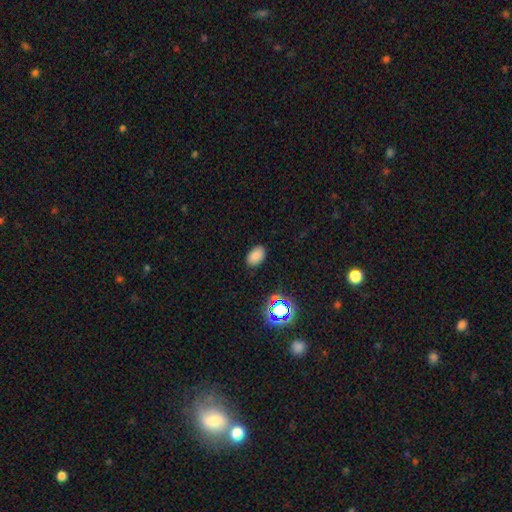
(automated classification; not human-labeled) The model was most divided on "smooth or featured": smooth: 80%, star or artifact: 15%, featured or disk: 4%. More confident: how rounded — in between (88%); merging — none (86%).